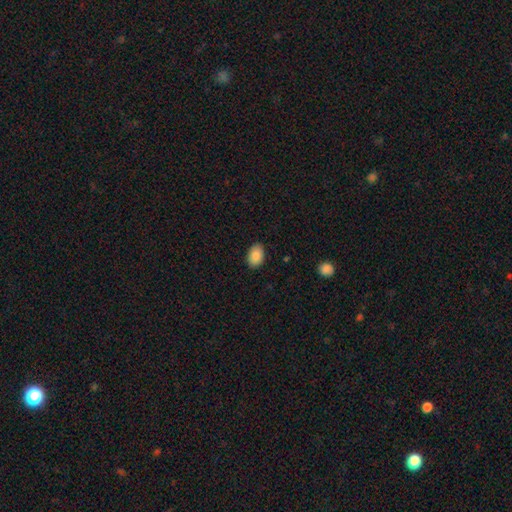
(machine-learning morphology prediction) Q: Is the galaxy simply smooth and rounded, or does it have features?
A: smooth — 89%.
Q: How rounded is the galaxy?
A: in between — 87%.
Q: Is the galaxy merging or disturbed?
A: none — 88%.